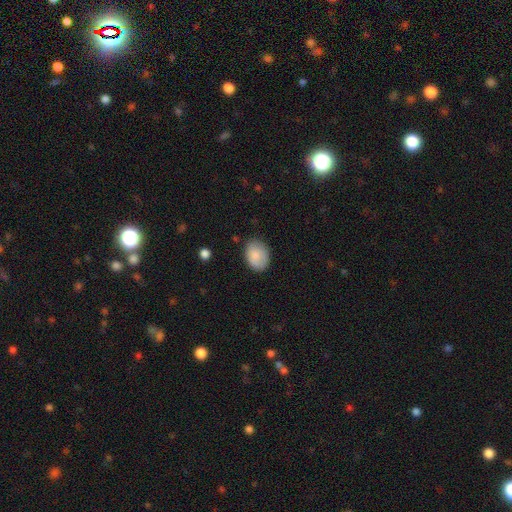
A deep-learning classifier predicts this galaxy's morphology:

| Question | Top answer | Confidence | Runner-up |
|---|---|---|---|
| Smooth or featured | smooth | 85% | featured or disk (8%) |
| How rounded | in between | 75% | round (24%) |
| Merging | none | 78% | minor disturbance (17%) |